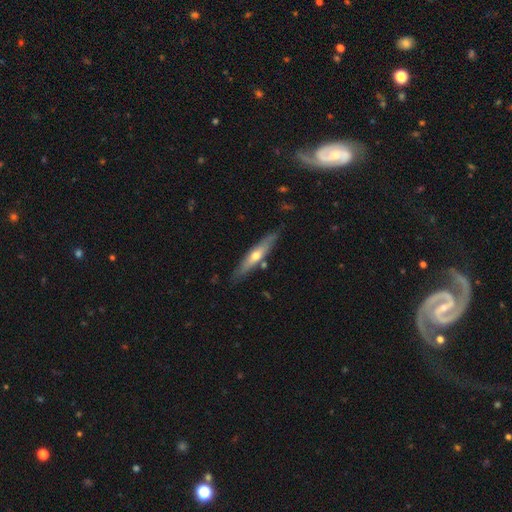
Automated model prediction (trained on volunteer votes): Q: Smooth or featured?
A: featured or disk (50%); runner-up: smooth (44%)
Q: Edge-on disk?
A: yes (84%); runner-up: no (16%)
Q: Merging?
A: none (80%); runner-up: minor disturbance (13%)